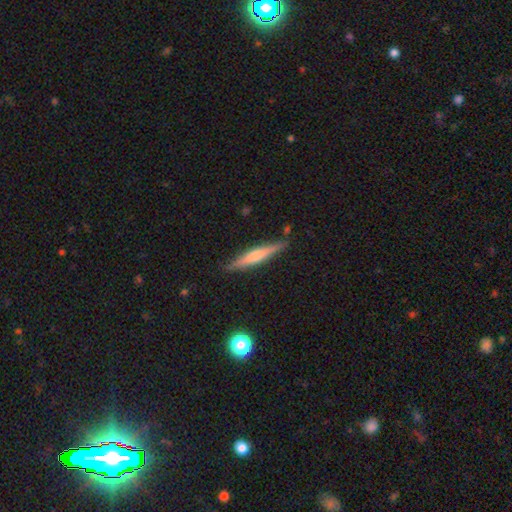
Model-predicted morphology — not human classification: Smooth or featured?
  - featured or disk: 49% *
  - smooth: 45%
  - star or artifact: 6%
Merging?
  - none: 86% *
  - minor disturbance: 10%
  - merger: 2%
  - major disturbance: 2%